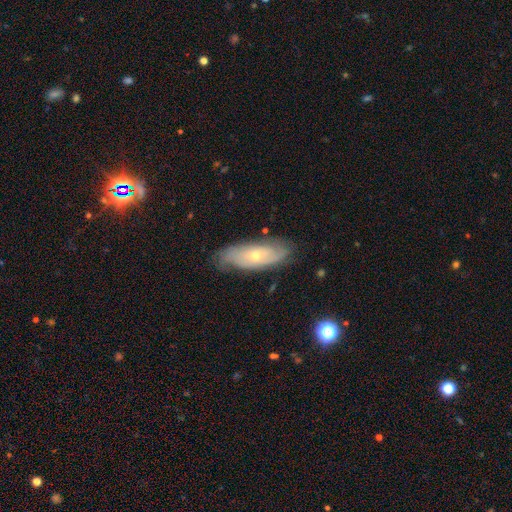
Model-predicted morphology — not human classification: featured or disk 64%, smooth 29%, star or artifact 7%. Down the decision tree: edge-on disk — no (81%); bar — no (81%); spiral arms — yes (78%); bulge size — small (62%); merging — none (74%).